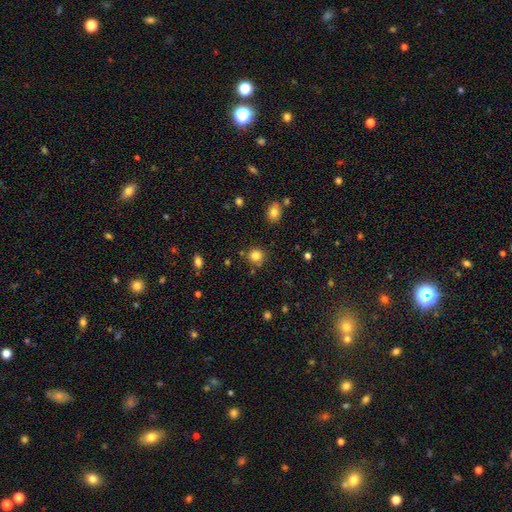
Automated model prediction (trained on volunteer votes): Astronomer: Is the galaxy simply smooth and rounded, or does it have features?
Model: smooth — 82%.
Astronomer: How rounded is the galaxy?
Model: round — 90%.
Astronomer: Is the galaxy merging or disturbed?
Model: none — 82%.